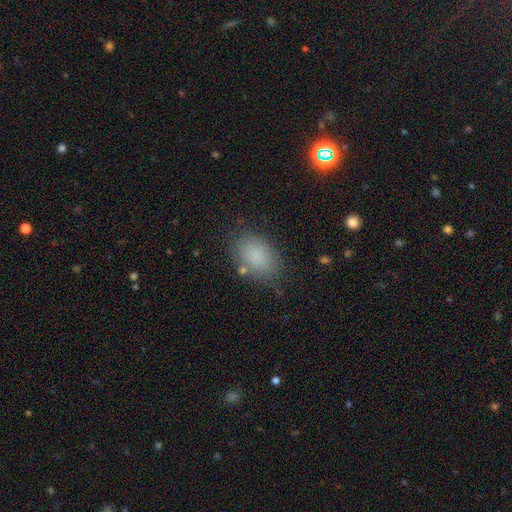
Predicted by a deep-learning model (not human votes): smooth 83%, star or artifact 11%, featured or disk 5%. Down the decision tree: how rounded — in between (84%); merging — none (82%).